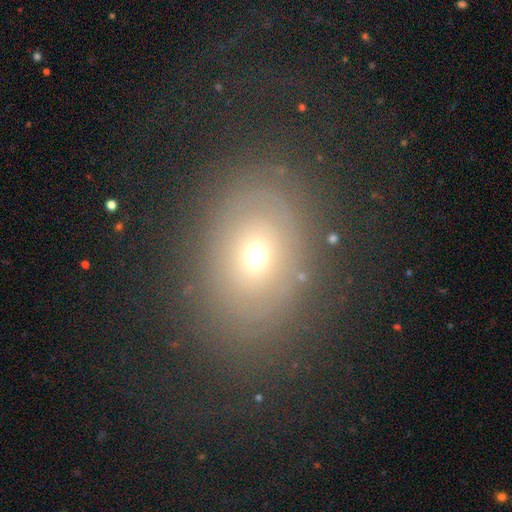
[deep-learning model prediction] Smooth or featured? smooth (45%)
Merging? none (78%)